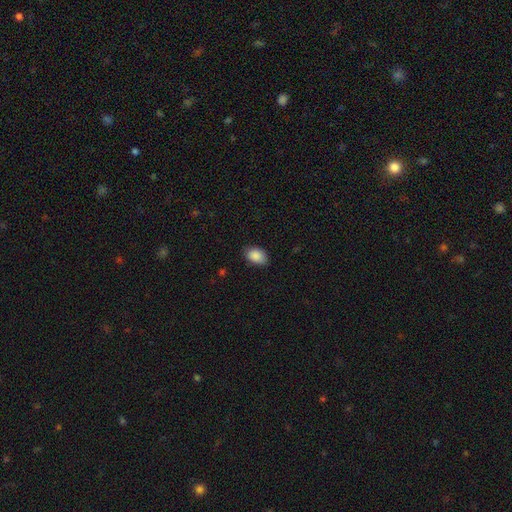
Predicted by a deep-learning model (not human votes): A smooth galaxy with no disk features (89%) that is in between round and cigar-shaped (87%).

Vote fractions:
- Smooth or featured? smooth: 89% / star or artifact: 7% / featured or disk: 4%
- How rounded? in between: 87% / round: 12% / cigar-shaped: 1%
- Merging? none: 82% / minor disturbance: 15% / major disturbance: 3% / merger: 1%